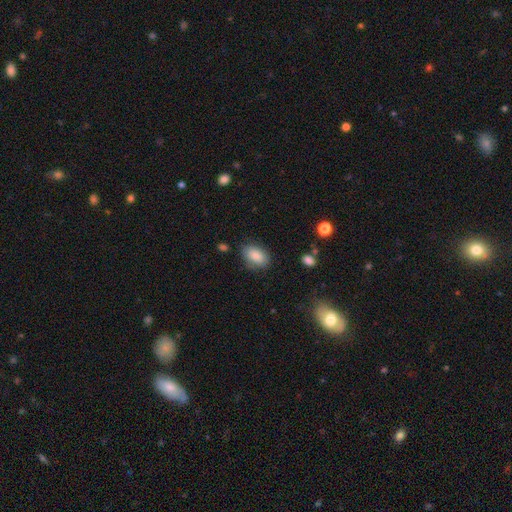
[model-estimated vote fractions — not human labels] The model was most divided on "merging": none: 80%, minor disturbance: 14%, major disturbance: 4%, merger: 2%. More confident: how rounded — in between (90%); smooth or featured — smooth (85%).